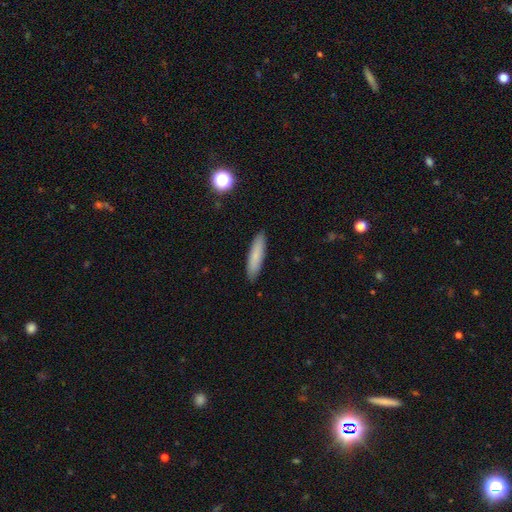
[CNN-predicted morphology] Smooth or featured? Predicted: smooth (p=0.80). How rounded? Predicted: cigar-shaped (p=0.80). Merging? Predicted: none (p=0.90).